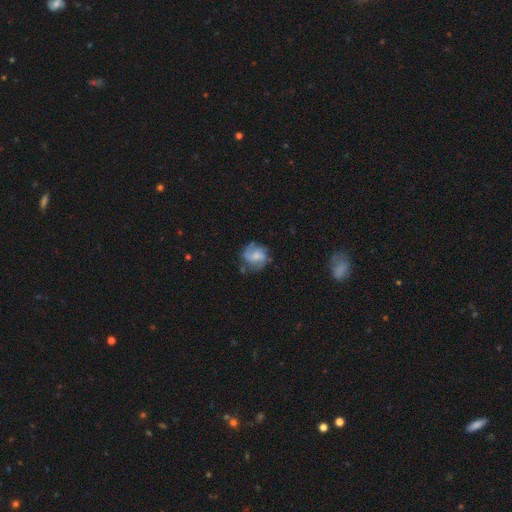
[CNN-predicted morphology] type=featured or disk (67%); edge-on=no (98%); bar=no (54%); spiral arms=yes (91%); winding=medium (47%); arm count=2 (42%); bulge=small (40%); merging=none (66%).